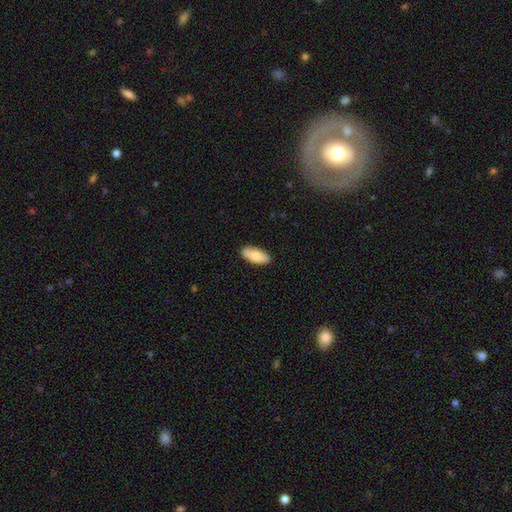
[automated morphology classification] Smooth or featured? Predicted: smooth (p=0.77). How rounded? Predicted: in between (p=0.87). Merging? Predicted: none (p=0.88).